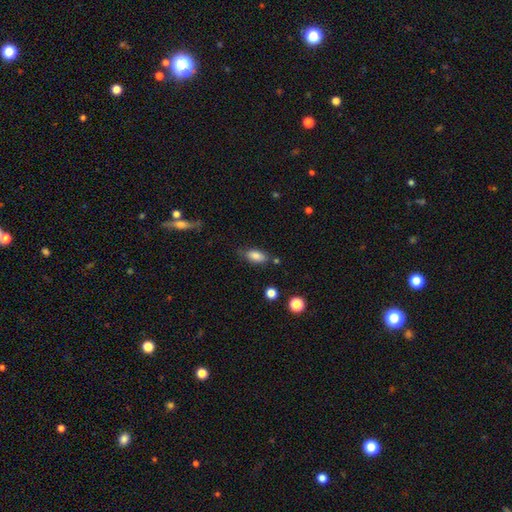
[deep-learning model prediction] A smooth galaxy with no disk features (83%) that is in between round and cigar-shaped (86%).

Vote fractions:
- Smooth or featured? smooth: 83% / featured or disk: 9% / star or artifact: 8%
- How rounded? in between: 86% / cigar-shaped: 11% / round: 4%
- Merging? none: 70% / minor disturbance: 20% / major disturbance: 5% / merger: 5%